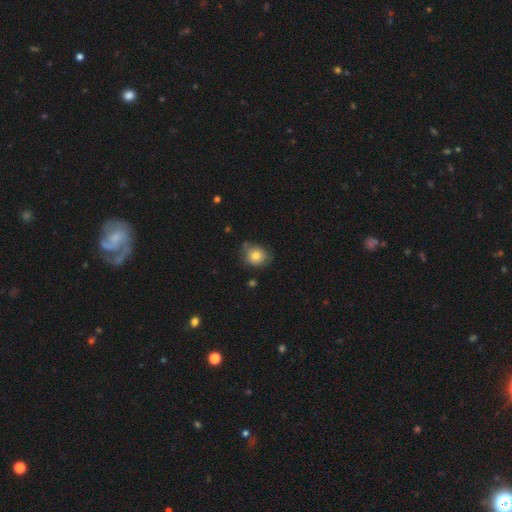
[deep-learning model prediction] Smooth or featured? smooth (78%)
How rounded? round (73%)
Merging? none (68%)